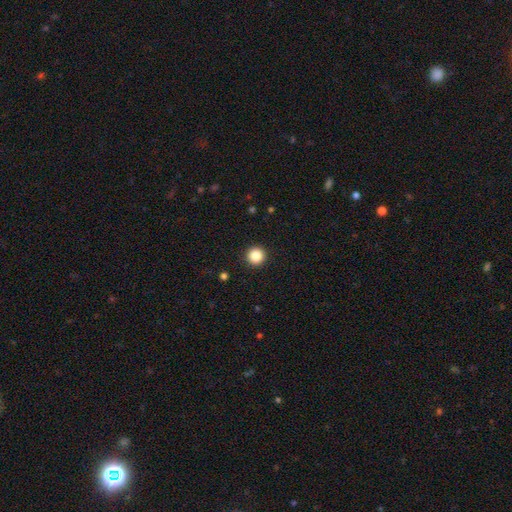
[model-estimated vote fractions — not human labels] Smooth or featured: smooth — 86% (star or artifact — 10%)
How rounded: round — 96% (in between — 3%)
Merging: none — 93% (minor disturbance — 4%)